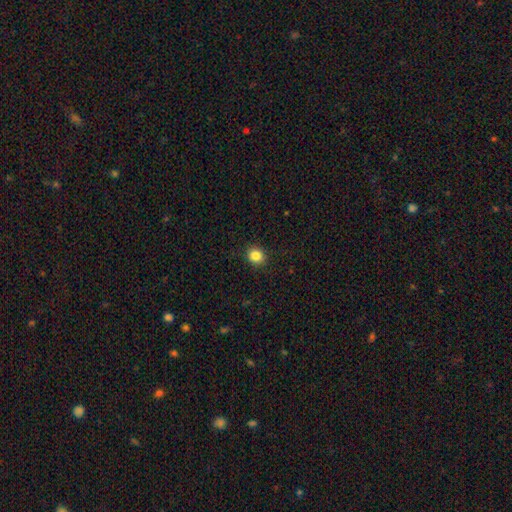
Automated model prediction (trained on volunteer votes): Smooth or featured? Predicted: smooth (p=0.85). How rounded? Predicted: round (p=0.77). Merging? Predicted: none (p=0.91).